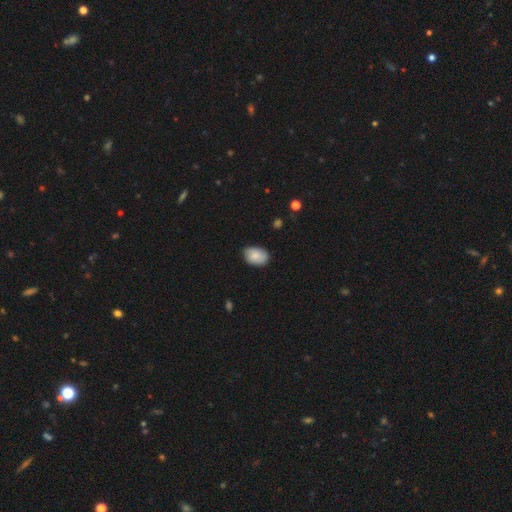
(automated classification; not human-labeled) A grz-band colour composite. It shows a smooth galaxy with no disk features (81%) that is in between round and cigar-shaped (84%). Merging: none (79%).